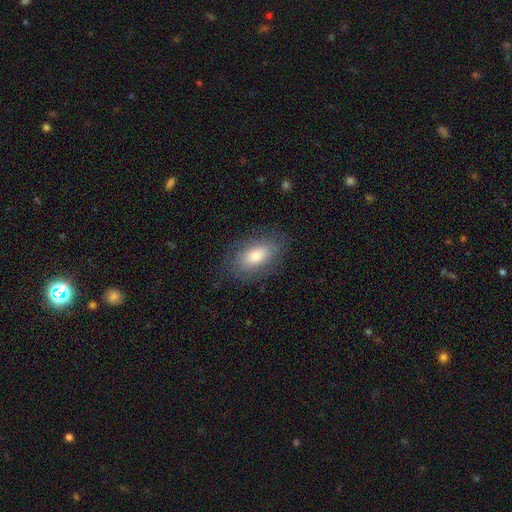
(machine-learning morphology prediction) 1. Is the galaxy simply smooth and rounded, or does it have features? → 75% smooth, 17% featured or disk, 7% star or artifact.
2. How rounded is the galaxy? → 90% in between, 7% round, 3% cigar-shaped.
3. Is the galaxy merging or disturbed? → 80% none, 14% minor disturbance, 5% major disturbance, 1% merger.